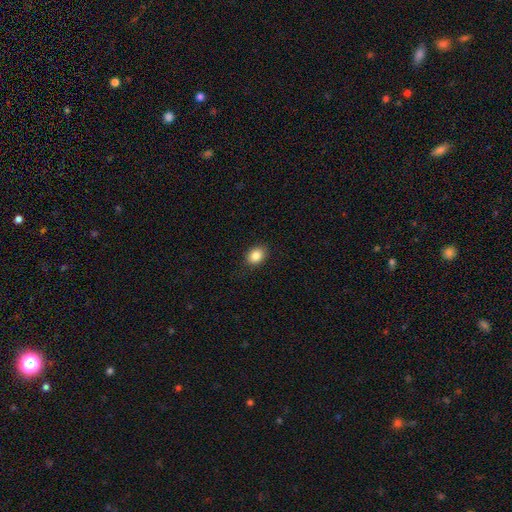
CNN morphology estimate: Smooth or featured?
  - smooth: 86% *
  - star or artifact: 9%
  - featured or disk: 5%
How rounded?
  - in between: 63% *
  - round: 36%
  - cigar-shaped: 1%
Merging?
  - none: 86% *
  - minor disturbance: 10%
  - major disturbance: 3%
  - merger: 1%